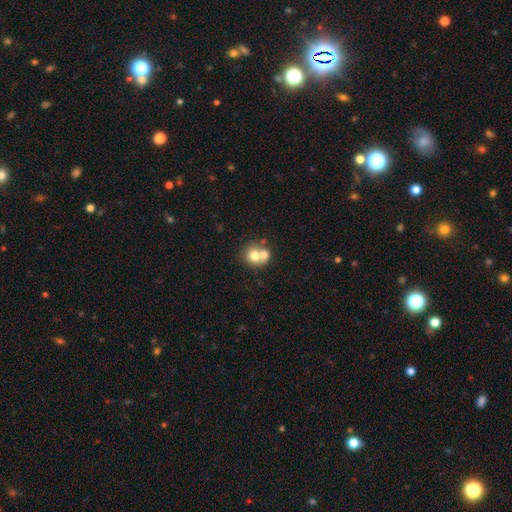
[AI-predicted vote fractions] smooth-or-featured: smooth: 71% | featured or disk: 19% | star or artifact: 10%
  how-rounded: round: 81% | in between: 18% | cigar-shaped: 1%
  merging: merger: 53% | none: 37% | minor disturbance: 7% | major disturbance: 3%